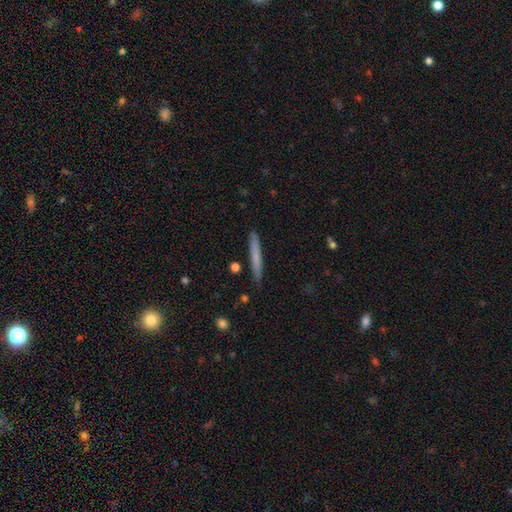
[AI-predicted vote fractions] Smooth or featured? smooth (67%)
How rounded? cigar-shaped (96%)
Merging? none (89%)